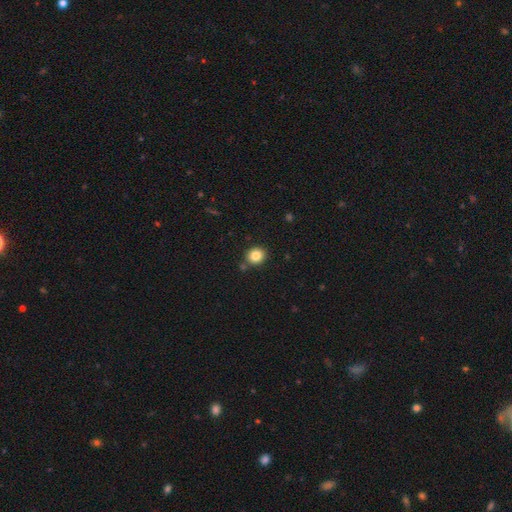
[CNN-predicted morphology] smooth_or_featured: smooth (p=0.84) [alt: star or artifact p=0.10]
how_rounded: round (p=0.78) [alt: in between p=0.21]
merging: none (p=0.84) [alt: minor disturbance p=0.08]